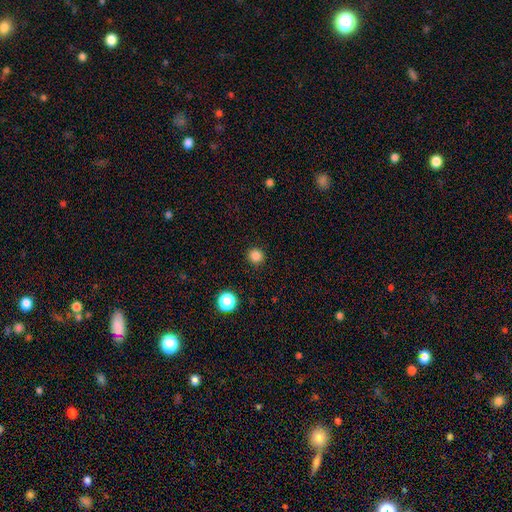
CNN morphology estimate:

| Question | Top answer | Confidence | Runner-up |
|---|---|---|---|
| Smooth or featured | smooth | 84% | star or artifact (13%) |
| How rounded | round | 93% | in between (6%) |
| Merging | none | 91% | minor disturbance (5%) |